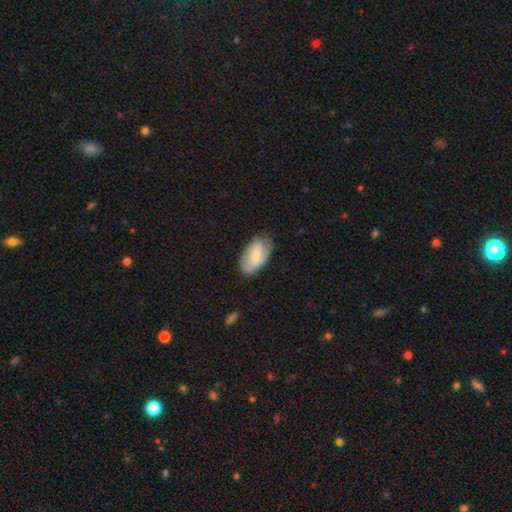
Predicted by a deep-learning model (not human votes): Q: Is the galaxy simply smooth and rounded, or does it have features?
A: smooth — 54%.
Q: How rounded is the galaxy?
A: in between — 93%.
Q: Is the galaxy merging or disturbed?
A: none — 68%.